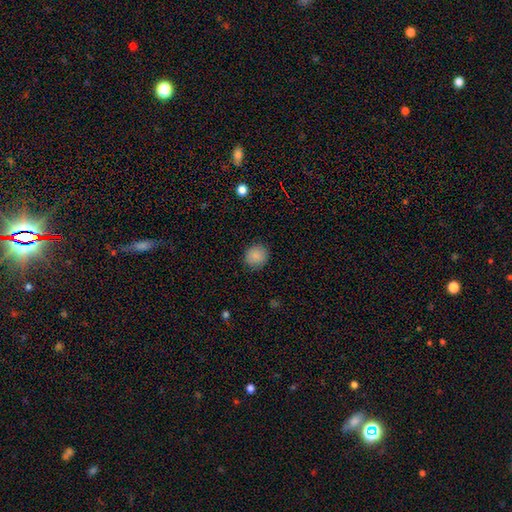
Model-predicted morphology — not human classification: Smooth or featured?
  - smooth: 87% *
  - star or artifact: 9%
  - featured or disk: 4%
How rounded?
  - round: 85% *
  - in between: 14%
  - cigar-shaped: 1%
Merging?
  - none: 88% *
  - minor disturbance: 9%
  - major disturbance: 2%
  - merger: 1%